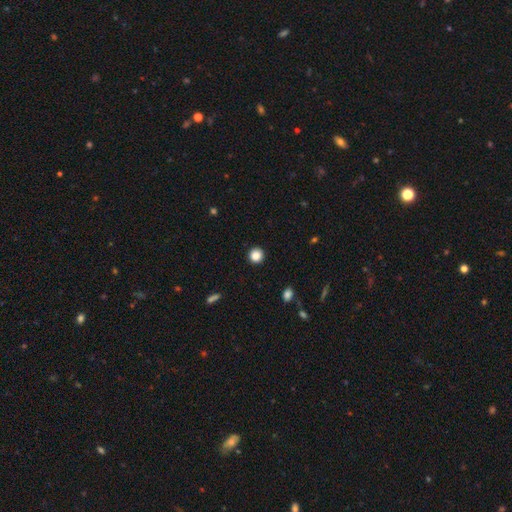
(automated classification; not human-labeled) Q: Smooth or featured?
A: smooth (86%); runner-up: star or artifact (11%)
Q: How rounded?
A: round (94%); runner-up: in between (5%)
Q: Merging?
A: none (92%); runner-up: minor disturbance (5%)